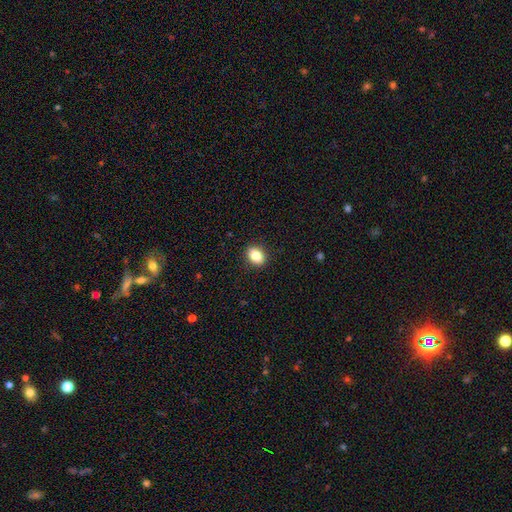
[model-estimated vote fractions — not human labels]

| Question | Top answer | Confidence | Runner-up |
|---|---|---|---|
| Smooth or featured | smooth | 83% | star or artifact (9%) |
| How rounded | in between | 65% | round (34%) |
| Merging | none | 90% | minor disturbance (7%) |